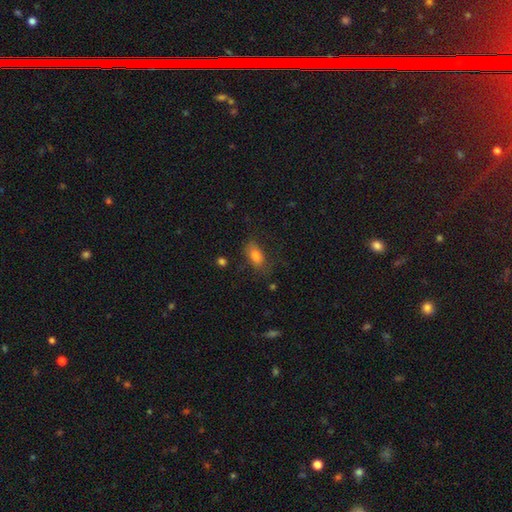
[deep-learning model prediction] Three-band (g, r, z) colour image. It shows a smooth galaxy with no disk features (80%) that is in between round and cigar-shaped (87%). Merging: none (65%).